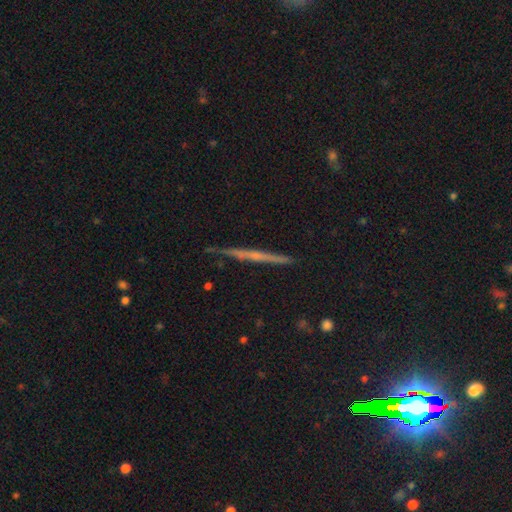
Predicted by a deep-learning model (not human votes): featured or disk 67%, smooth 25%, star or artifact 9%. Down the decision tree: edge-on disk — yes (98%); edge-on bulge — none (61%); merging — none (89%).